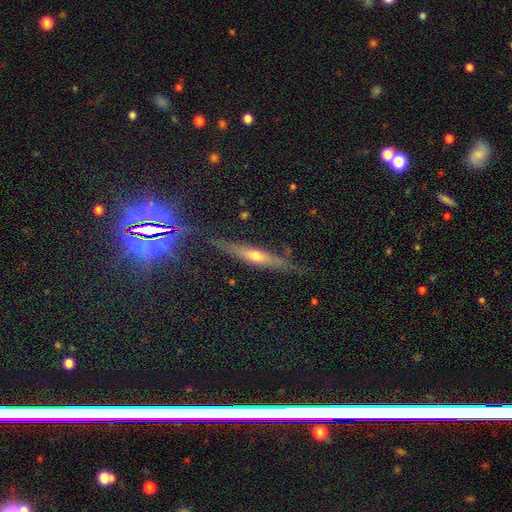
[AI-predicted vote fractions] featured or disk 60%, smooth 25%, star or artifact 15%. Down the decision tree: edge-on disk — yes (93%); edge-on bulge — rounded (82%); merging — none (82%).